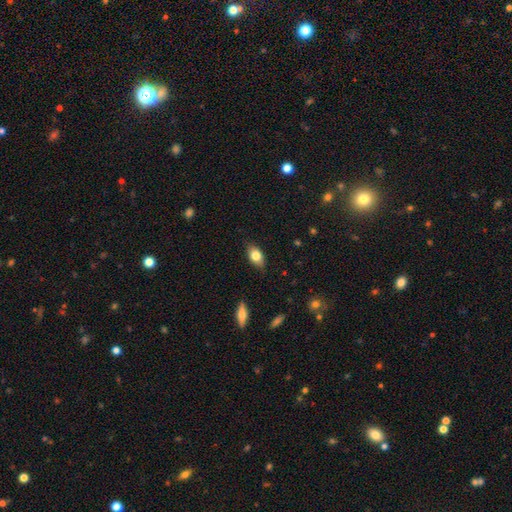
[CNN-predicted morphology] Overall: smooth (79%). How rounded: in between (87%). Merging: none (83%).